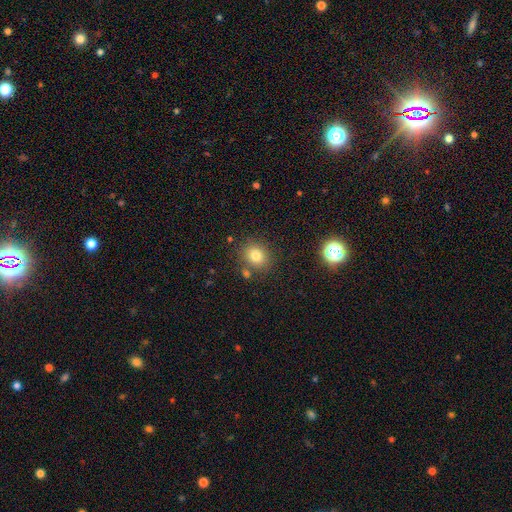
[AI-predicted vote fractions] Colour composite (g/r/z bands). It shows a smooth galaxy with no disk features (78%) that is round (73%). Merging: none (79%).